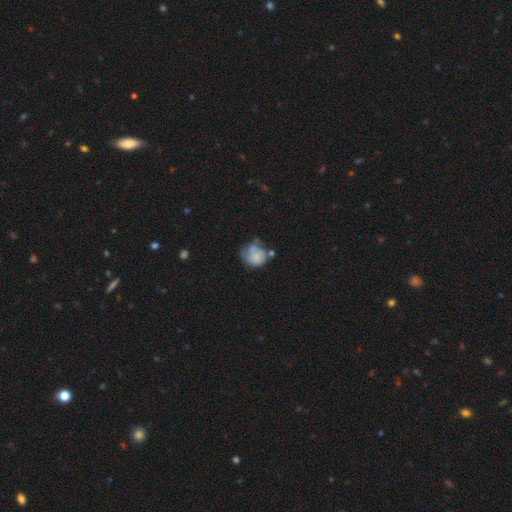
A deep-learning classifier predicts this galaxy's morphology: Q: Smooth or featured?
A: smooth (65%); runner-up: featured or disk (25%)
Q: How rounded?
A: round (70%); runner-up: in between (30%)
Q: Merging?
A: none (35%); runner-up: minor disturbance (31%)